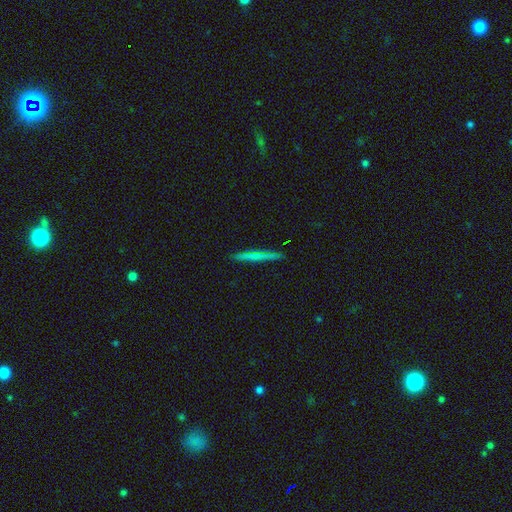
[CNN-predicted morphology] Q: Smooth or featured?
A: smooth (51%); runner-up: featured or disk (43%)
Q: How rounded?
A: cigar-shaped (96%); runner-up: in between (2%)
Q: Merging?
A: none (92%); runner-up: minor disturbance (6%)